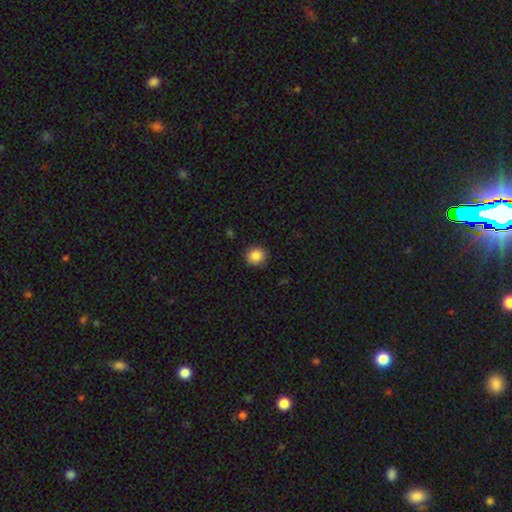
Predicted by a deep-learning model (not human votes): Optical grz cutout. It shows a smooth galaxy with no disk features (86%) that is round (88%). Merging: none (91%).